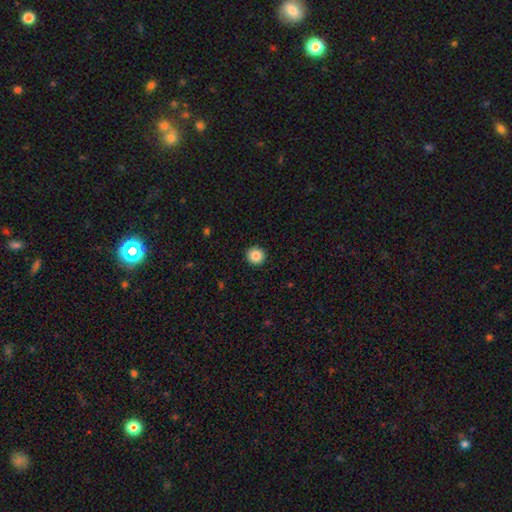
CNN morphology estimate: Smooth or featured? Predicted: smooth (p=0.87). How rounded? Predicted: round (p=0.94). Merging? Predicted: none (p=0.93).